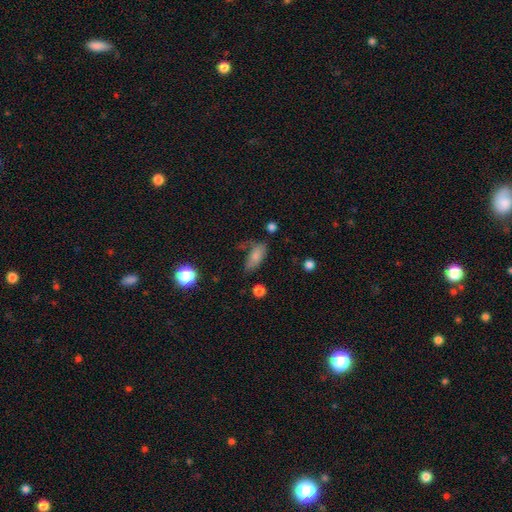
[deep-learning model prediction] A smooth galaxy with no disk features (77%) that is in between round and cigar-shaped (84%).

Vote fractions:
- Smooth or featured? smooth: 77% / featured or disk: 14% / star or artifact: 9%
- How rounded? in between: 84% / cigar-shaped: 12% / round: 4%
- Merging? none: 47% / minor disturbance: 30% / major disturbance: 16% / merger: 6%